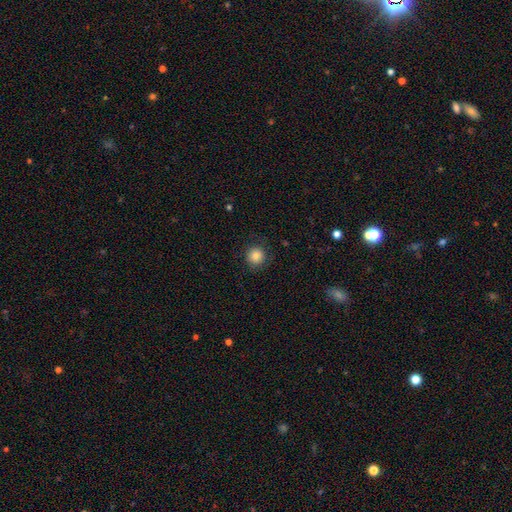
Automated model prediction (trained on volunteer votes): Smooth or featured: smooth — 83% (star or artifact — 10%)
How rounded: round — 93% (in between — 6%)
Merging: none — 87% (minor disturbance — 9%)